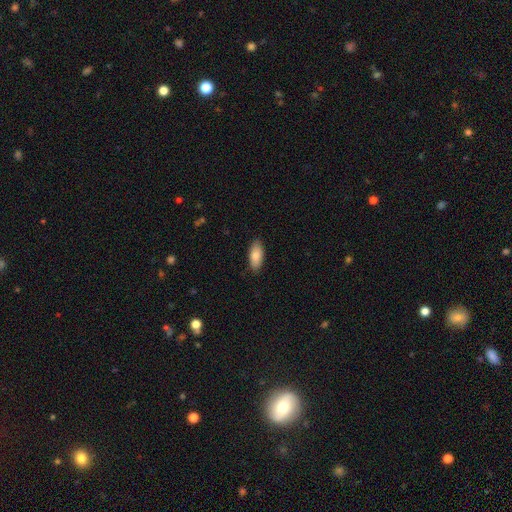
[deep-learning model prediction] smooth 84%, featured or disk 10%, star or artifact 6%. Down the decision tree: how rounded — in between (86%); merging — none (87%).